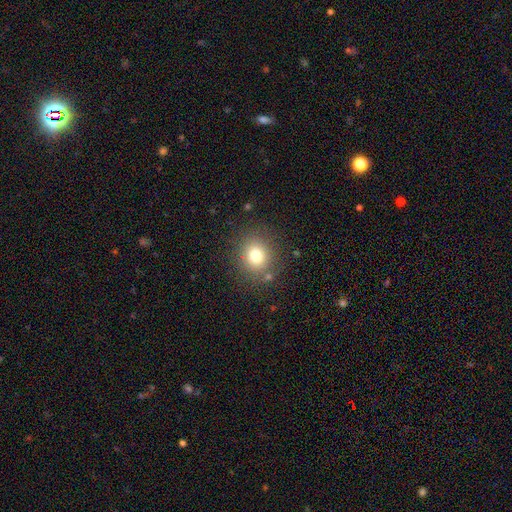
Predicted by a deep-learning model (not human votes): This appears to be a smooth galaxy with no disk features (76%) that is round (80%). Merging: none (85%).